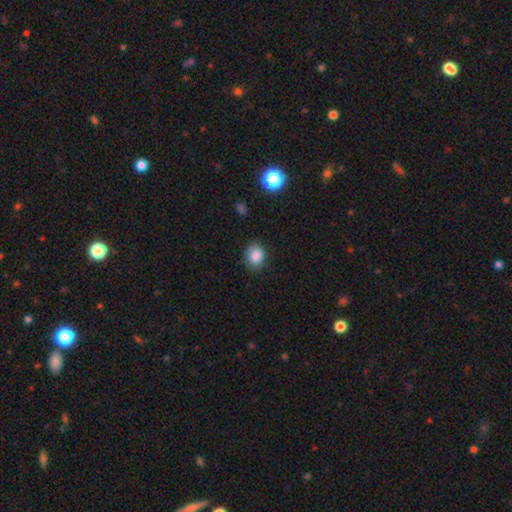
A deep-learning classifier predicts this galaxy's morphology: smooth_or_featured: smooth (p=0.85) [alt: star or artifact p=0.10]
how_rounded: round (p=0.63) [alt: in between p=0.36]
merging: none (p=0.82) [alt: minor disturbance p=0.14]